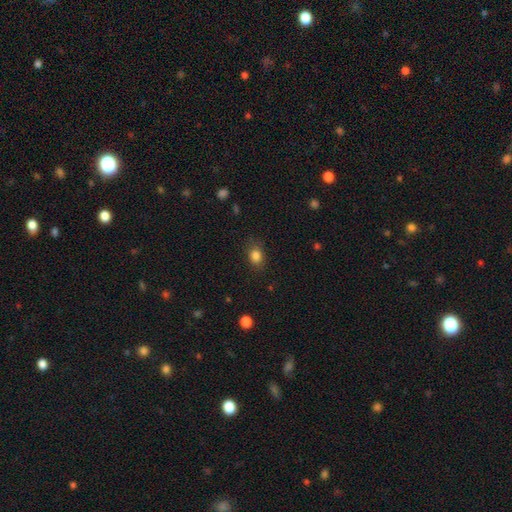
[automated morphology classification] type=smooth (84%); roundness=in between (62%); merging=none (79%).